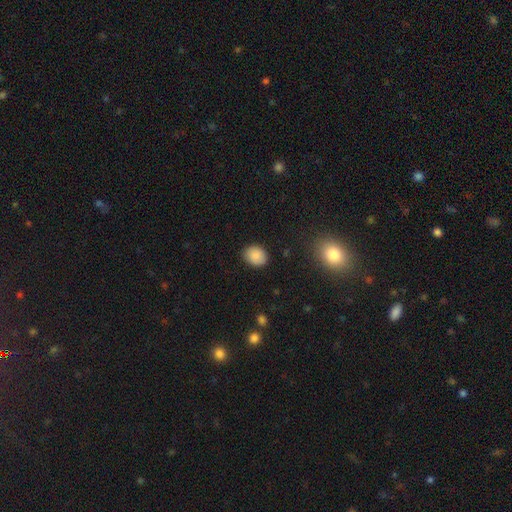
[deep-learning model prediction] Smooth or featured: smooth — 87% (star or artifact — 8%)
How rounded: round — 51% (in between — 48%)
Merging: none — 87% (minor disturbance — 10%)